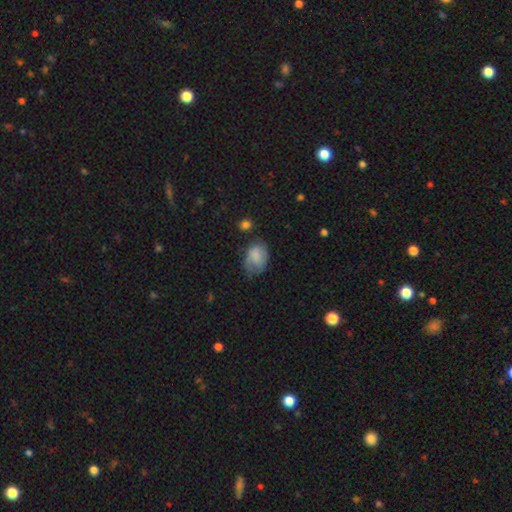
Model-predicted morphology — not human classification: Overall: smooth (75%). How rounded: in between (79%). Merging: none (49%; minor disturbance 33%).